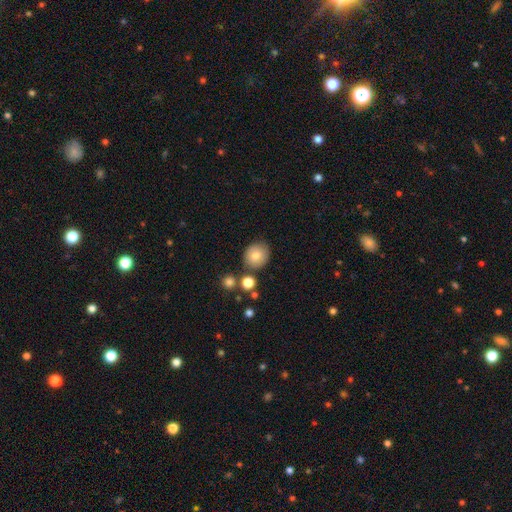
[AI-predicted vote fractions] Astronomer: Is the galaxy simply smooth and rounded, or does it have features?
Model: smooth — 80%.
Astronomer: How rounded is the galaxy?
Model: round — 82%.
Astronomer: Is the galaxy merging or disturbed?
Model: none — 78%.